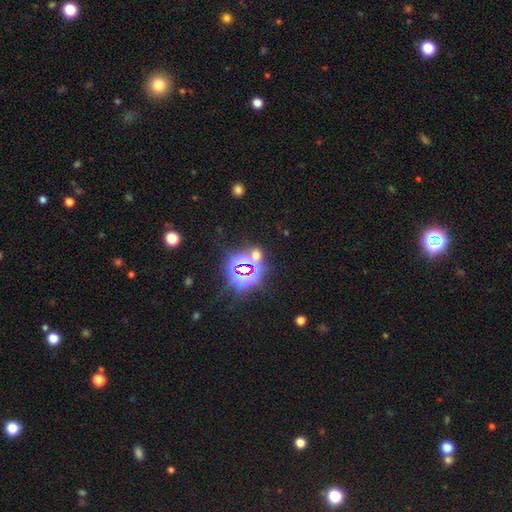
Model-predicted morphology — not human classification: Smooth or featured: star or artifact — 68% (smooth — 25%)